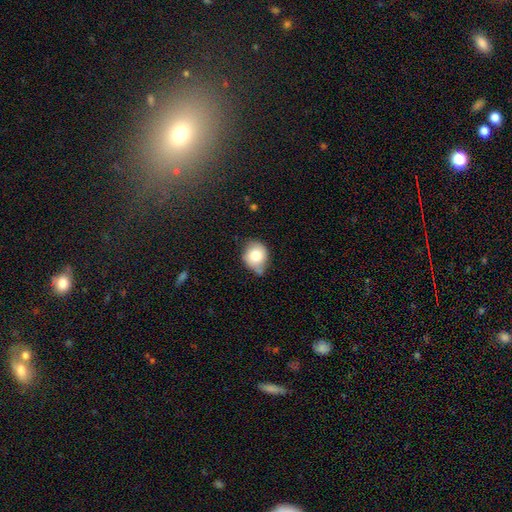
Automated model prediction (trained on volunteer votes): Smooth or featured: smooth — 78% (featured or disk — 13%)
How rounded: round — 67% (in between — 32%)
Merging: none — 49% (minor disturbance — 35%)